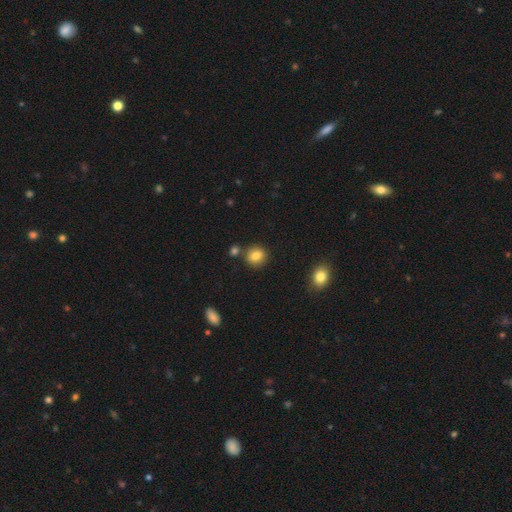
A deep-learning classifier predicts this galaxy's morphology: smooth-or-featured: smooth: 83% | star or artifact: 10% | featured or disk: 7%
  how-rounded: round: 82% | in between: 17% | cigar-shaped: 1%
  merging: none: 80% | merger: 9% | minor disturbance: 9% | major disturbance: 2%